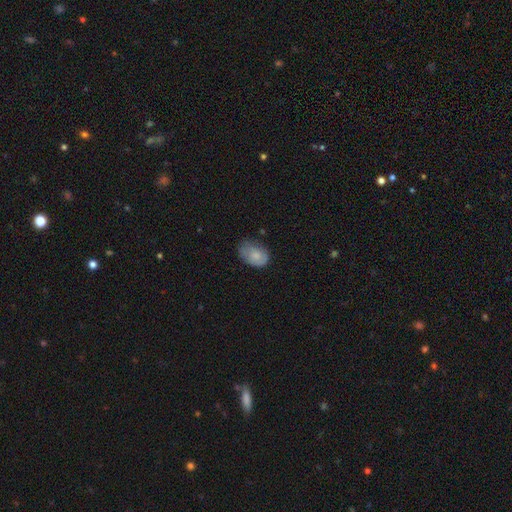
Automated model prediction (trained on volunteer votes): Overall: smooth (72%). How rounded: in between (84%). Merging: none (54%; minor disturbance 34%).